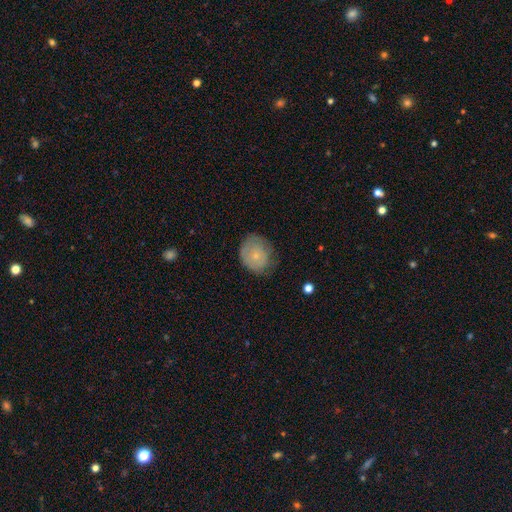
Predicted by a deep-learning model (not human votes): Smooth or featured? smooth (71%)
How rounded? round (66%)
Merging? none (64%)